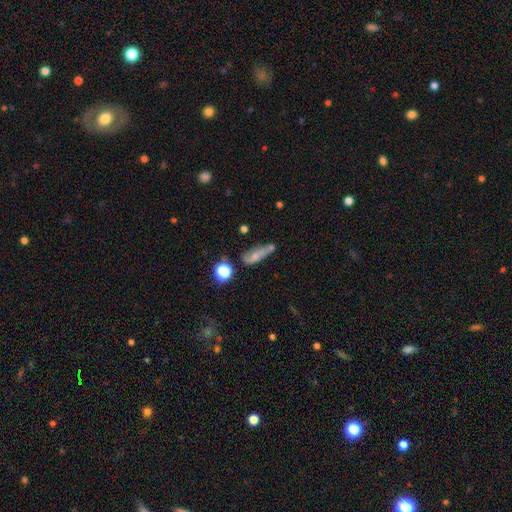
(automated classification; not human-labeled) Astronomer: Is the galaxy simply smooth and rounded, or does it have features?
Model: smooth — 57%.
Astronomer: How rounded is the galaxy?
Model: in between — 52% (runner-up: cigar-shaped, 39%).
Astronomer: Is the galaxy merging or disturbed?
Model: none — 37% (runner-up: minor disturbance, 28%).